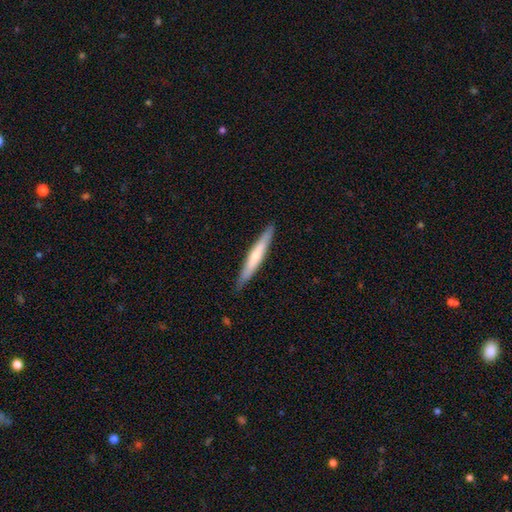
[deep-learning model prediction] Smooth or featured? Predicted: smooth (p=0.55). How rounded? Predicted: cigar-shaped (p=0.95). Merging? Predicted: none (p=0.89).